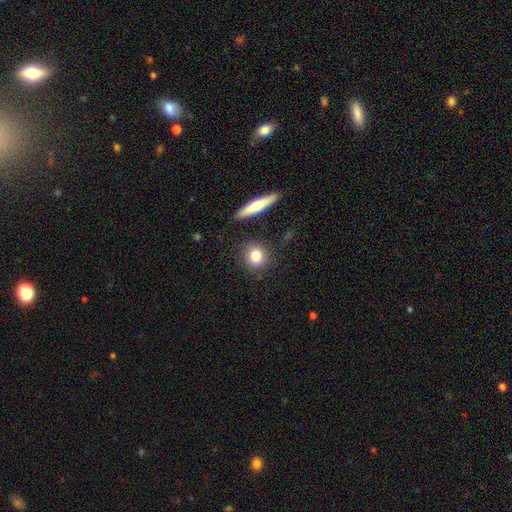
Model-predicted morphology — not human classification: Smooth or featured? Predicted: smooth (p=0.79). How rounded? Predicted: round (p=0.76). Merging? Predicted: none (p=0.86).